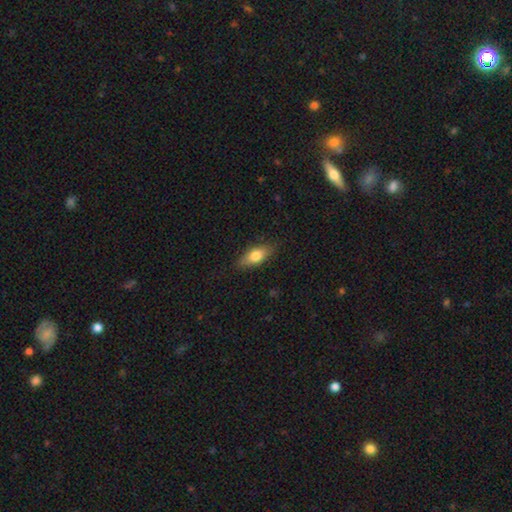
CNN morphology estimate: smooth 72%, featured or disk 21%, star or artifact 7%. Down the decision tree: how rounded — in between (75%); merging — none (84%).